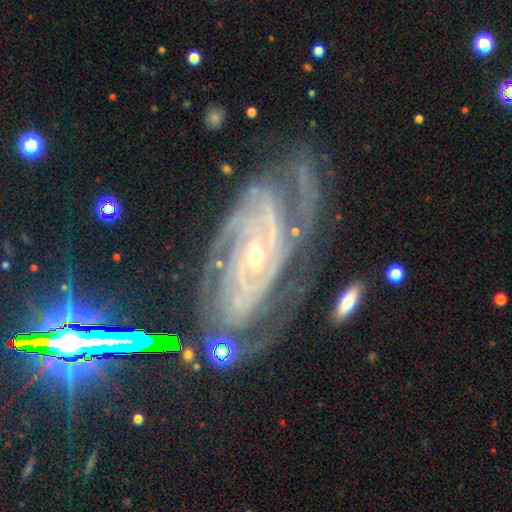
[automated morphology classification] Q: Smooth or featured?
A: featured or disk (88%); runner-up: star or artifact (8%)
Q: Edge-on disk?
A: no (94%); runner-up: yes (6%)
Q: Bar?
A: no (59%); runner-up: weak (24%)
Q: Spiral arms?
A: yes (97%); runner-up: no (3%)
Q: Spiral winding?
A: tight (72%); runner-up: medium (23%)
Q: Spiral arm count?
A: can't tell (26%); runner-up: 2 (25%)
Q: Bulge size?
A: small (64%); runner-up: moderate (32%)
Q: Merging?
A: none (63%); runner-up: minor disturbance (21%)